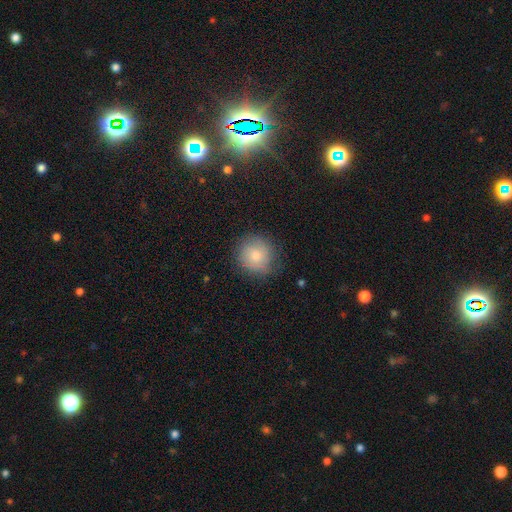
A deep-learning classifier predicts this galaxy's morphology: A smooth galaxy with no disk features (75%) that is round (92%).

Vote fractions:
- Smooth or featured? smooth: 75% / featured or disk: 17% / star or artifact: 8%
- How rounded? round: 92% / in between: 7% / cigar-shaped: 1%
- Merging? none: 80% / minor disturbance: 14% / major disturbance: 4% / merger: 1%